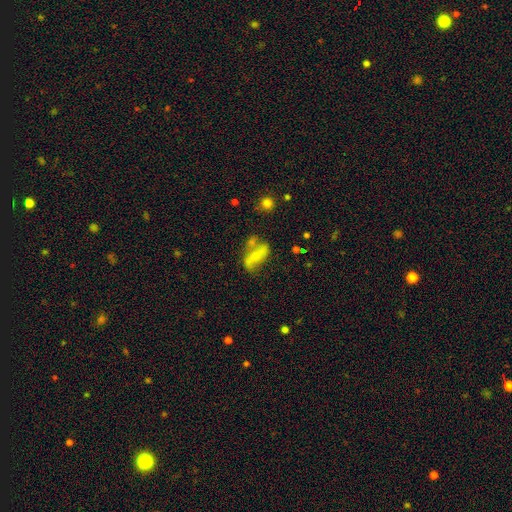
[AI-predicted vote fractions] Morphology: type=featured or disk (56%); edge-on=no (82%); merging=none (53%).